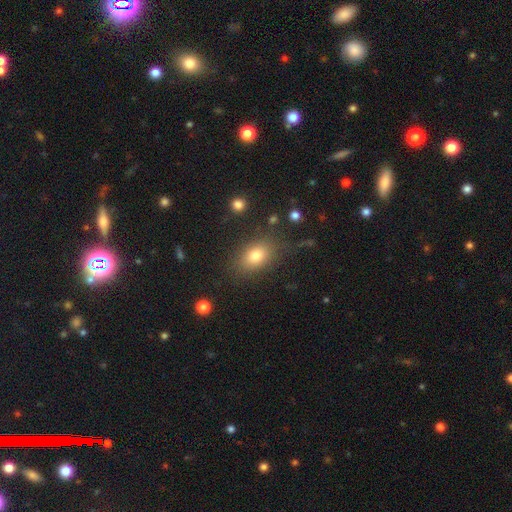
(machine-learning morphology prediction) smooth-or-featured: smooth: 79% | star or artifact: 11% | featured or disk: 10%
  how-rounded: in between: 80% | round: 18% | cigar-shaped: 2%
  merging: none: 79% | minor disturbance: 13% | major disturbance: 5% | merger: 3%